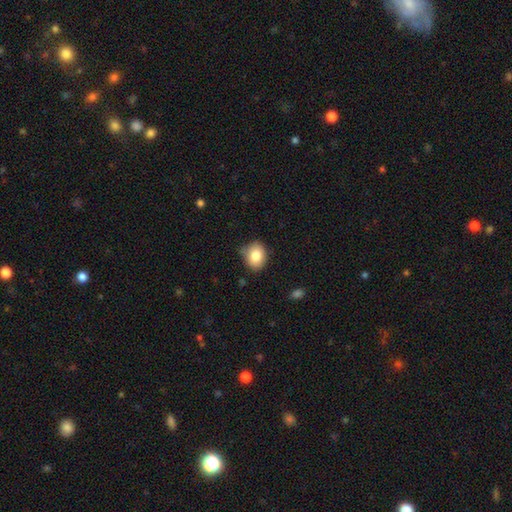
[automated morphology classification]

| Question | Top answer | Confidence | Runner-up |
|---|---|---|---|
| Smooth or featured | smooth | 83% | star or artifact (9%) |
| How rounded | in between | 51% | round (48%) |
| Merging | none | 73% | minor disturbance (21%) |